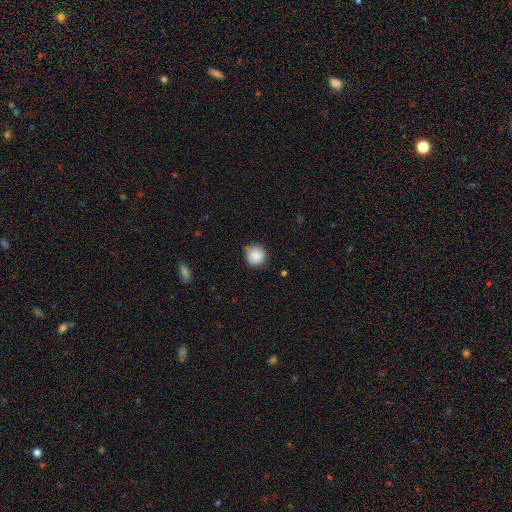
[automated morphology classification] type=smooth (88%); roundness=round (94%); merging=none (84%).